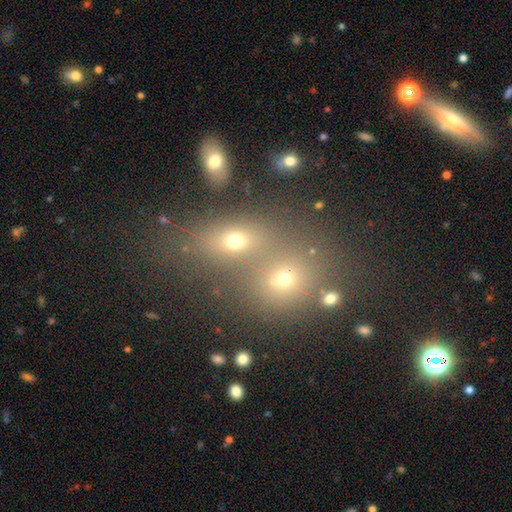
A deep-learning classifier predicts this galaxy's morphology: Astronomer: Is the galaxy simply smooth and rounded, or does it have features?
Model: smooth — 45% (runner-up: star or artifact, 36%).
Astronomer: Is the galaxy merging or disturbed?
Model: merger — 53% (runner-up: none, 35%).